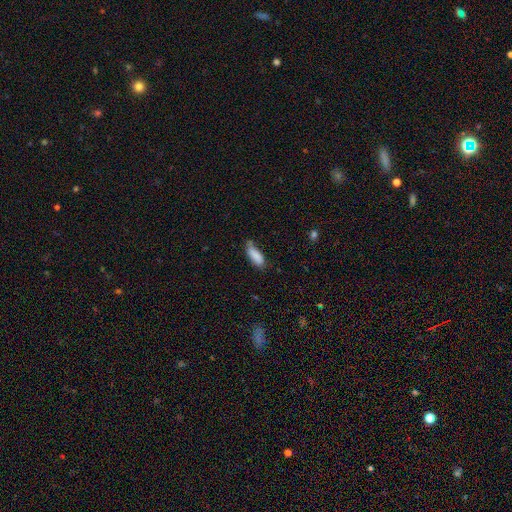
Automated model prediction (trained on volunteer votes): Overall: smooth (85%). How rounded: in between (64%; cigar-shaped 34%). Merging: none (53%; minor disturbance 34%).